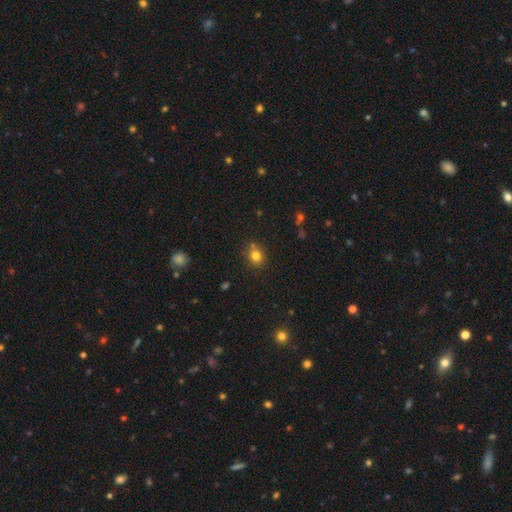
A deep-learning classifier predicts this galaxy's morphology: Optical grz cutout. It shows a smooth galaxy with no disk features (79%) that is round (73%). Merging: none (71%).